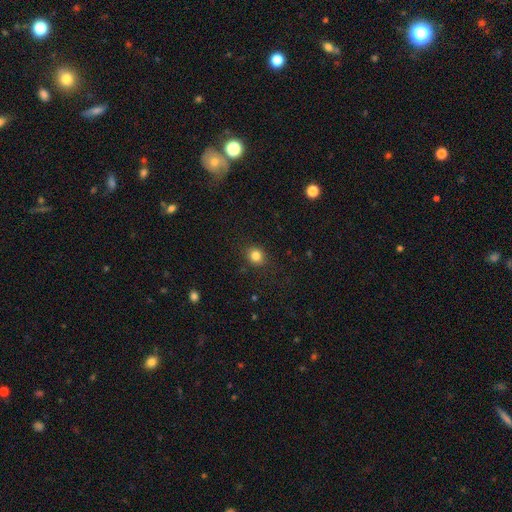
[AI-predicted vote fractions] Smooth or featured?
  - smooth: 83% *
  - star or artifact: 11%
  - featured or disk: 5%
How rounded?
  - round: 75% *
  - in between: 24%
  - cigar-shaped: 1%
Merging?
  - none: 88% *
  - minor disturbance: 8%
  - major disturbance: 3%
  - merger: 1%